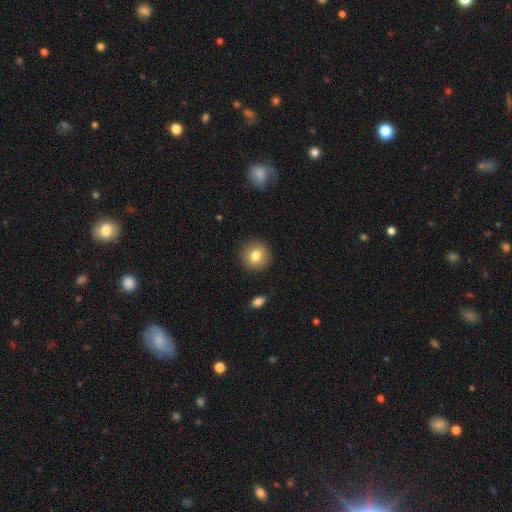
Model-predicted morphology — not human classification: A smooth galaxy with no disk features (80%) that is round (92%).

Vote fractions:
- Smooth or featured? smooth: 80% / featured or disk: 11% / star or artifact: 9%
- How rounded? round: 92% / in between: 7% / cigar-shaped: 1%
- Merging? none: 90% / minor disturbance: 6% / major disturbance: 2% / merger: 1%